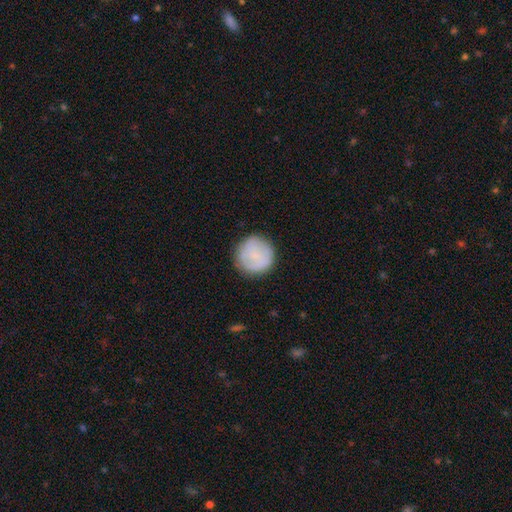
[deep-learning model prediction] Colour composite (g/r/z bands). It shows a smooth galaxy with no disk features (72%) that is round (95%). Merging: none (85%).